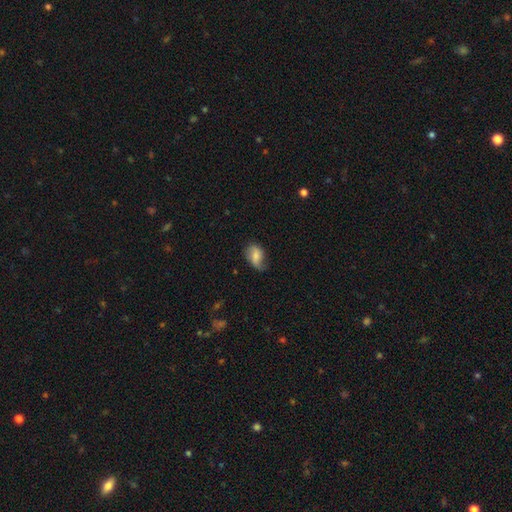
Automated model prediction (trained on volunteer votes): smooth-or-featured: smooth: 53% | featured or disk: 39% | star or artifact: 8%
  how-rounded: in between: 81% | round: 17% | cigar-shaped: 2%
  merging: none: 49% | minor disturbance: 35% | major disturbance: 15% | merger: 2%